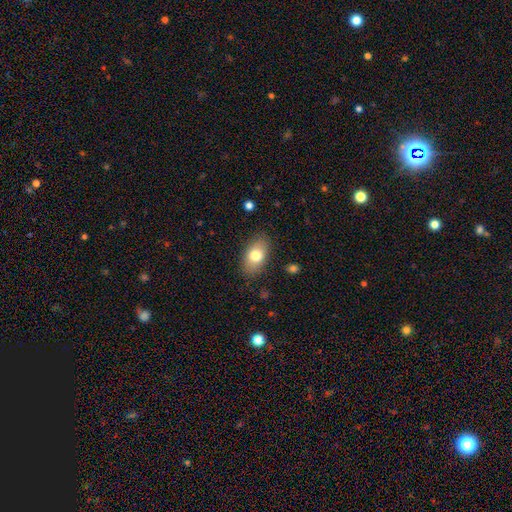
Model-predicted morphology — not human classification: type=smooth (77%); roundness=in between (90%); merging=none (85%).